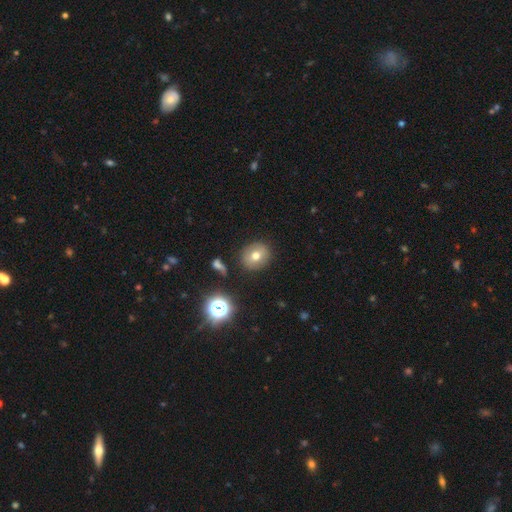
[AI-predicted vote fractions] This appears to be a smooth galaxy with no disk features (68%) that is round (79%). Merging: none (86%).